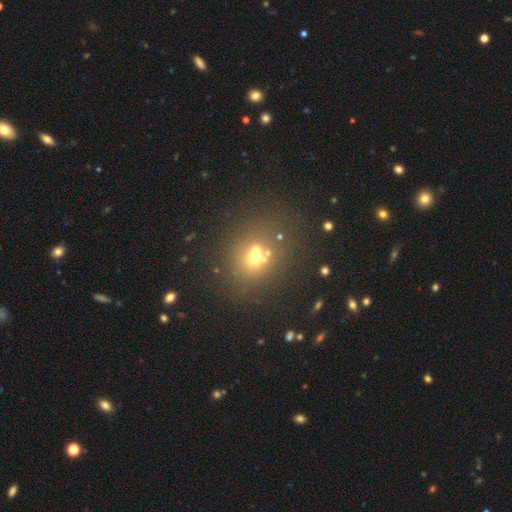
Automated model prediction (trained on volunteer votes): smooth_or_featured: smooth (p=0.61) [alt: star or artifact p=0.23]
how_rounded: round (p=0.50) [alt: in between p=0.48]
merging: none (p=0.61) [alt: merger p=0.19]